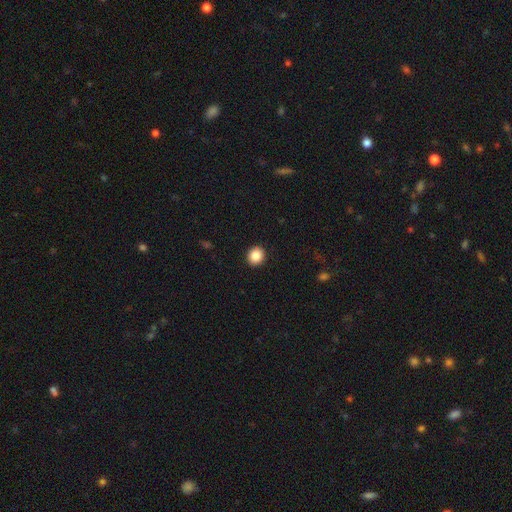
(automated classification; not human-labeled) Overall: smooth (87%). How rounded: round (82%). Merging: none (93%).